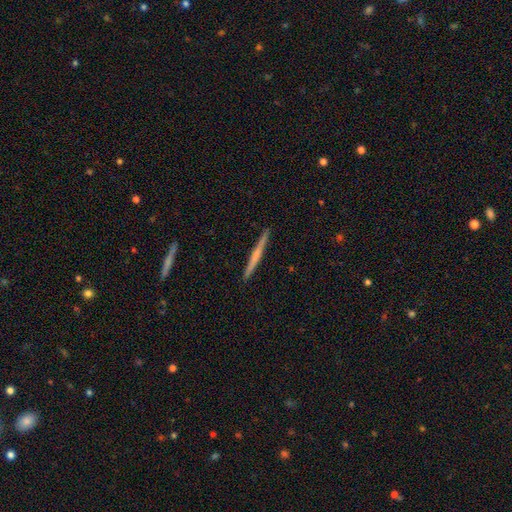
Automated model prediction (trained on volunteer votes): This is possibly a featured or disk galaxy (51%). It is clearly viewed edge-on (98%). Merging: clearly none (92%).